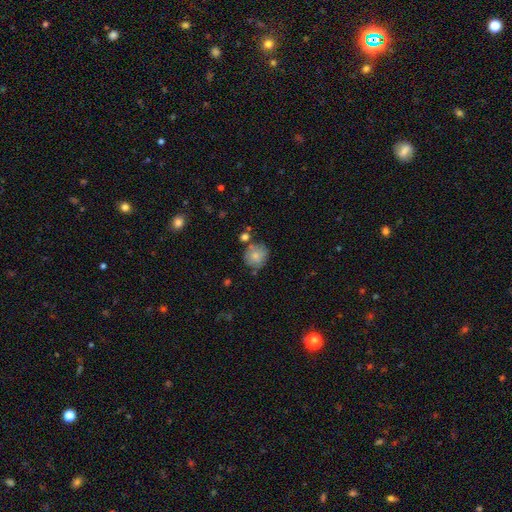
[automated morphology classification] This appears to be a smooth galaxy with no disk features (76%) that is round (84%). Merging: none (64%).